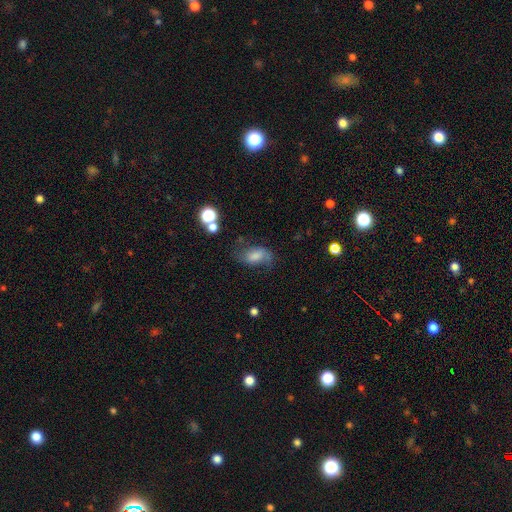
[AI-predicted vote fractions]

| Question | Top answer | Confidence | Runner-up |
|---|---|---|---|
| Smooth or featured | smooth | 55% | featured or disk (33%) |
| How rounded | in between | 86% | round (10%) |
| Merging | none | 49% | minor disturbance (27%) |